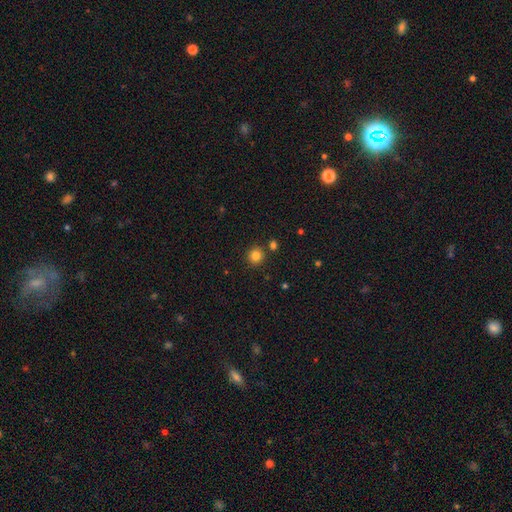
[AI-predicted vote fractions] Morphology: type=smooth (83%); roundness=round (92%); merging=none (85%).